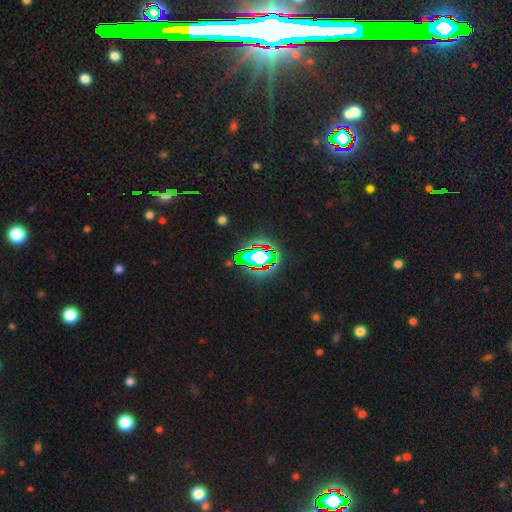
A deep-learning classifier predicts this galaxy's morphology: Q: Smooth or featured?
A: star or artifact (79%); runner-up: smooth (13%)